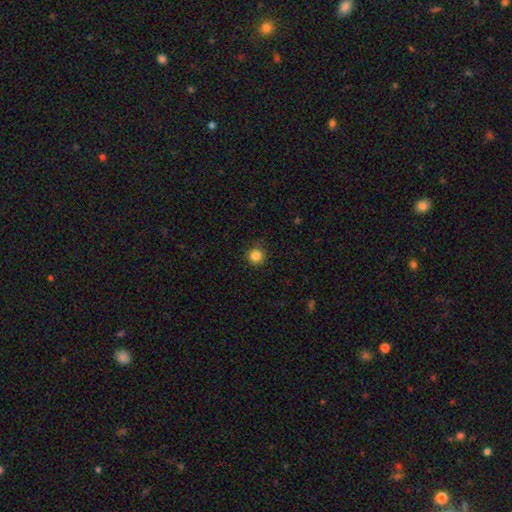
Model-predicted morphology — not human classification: A smooth galaxy with no disk features (84%) that is round (95%).

Vote fractions:
- Smooth or featured? smooth: 84% / star or artifact: 12% / featured or disk: 4%
- How rounded? round: 95% / in between: 4% / cigar-shaped: 1%
- Merging? none: 85% / minor disturbance: 11% / major disturbance: 3% / merger: 1%